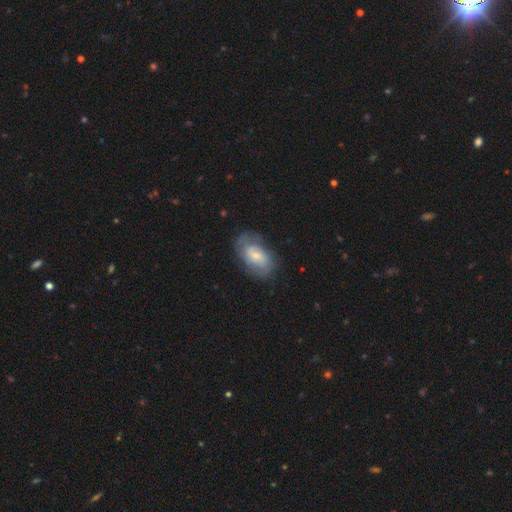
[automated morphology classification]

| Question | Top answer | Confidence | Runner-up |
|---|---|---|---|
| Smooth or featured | featured or disk | 55% | smooth (38%) |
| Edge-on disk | no | 95% | yes (5%) |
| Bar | no | 54% | weak (38%) |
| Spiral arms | yes | 78% | no (22%) |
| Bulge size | small | 57% | moderate (33%) |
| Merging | none | 65% | minor disturbance (23%) |